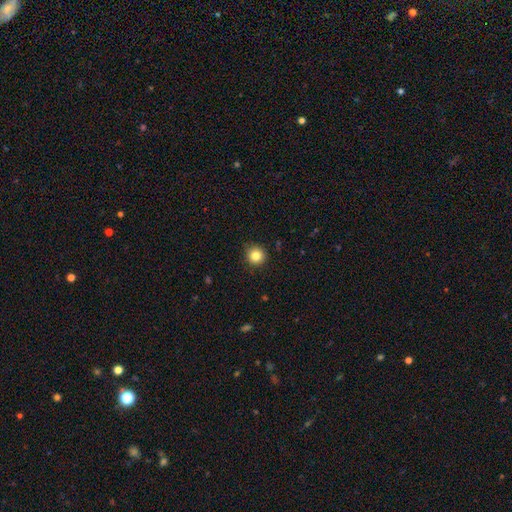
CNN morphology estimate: A smooth galaxy with no disk features (84%) that is round (95%). Merging: none (91%).